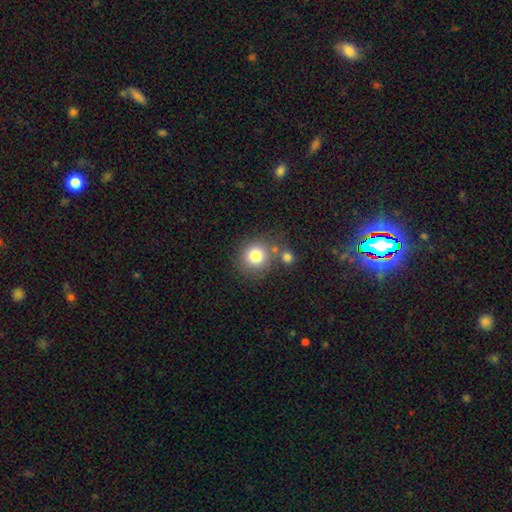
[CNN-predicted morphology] This is likely a smooth galaxy (79%). How rounded: clearly round (89%). Merging: likely none (66%).